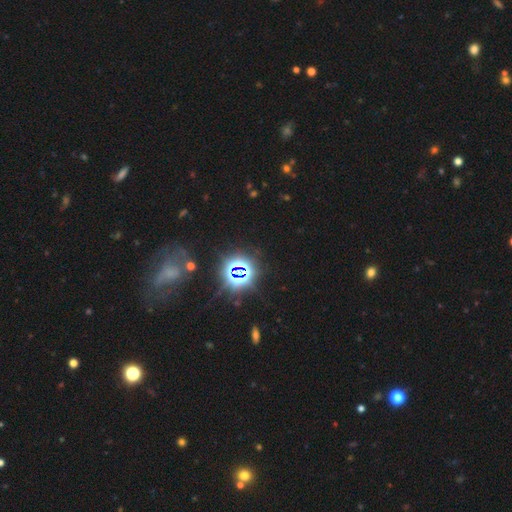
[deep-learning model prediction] Q: Smooth or featured?
A: star or artifact (75%); runner-up: smooth (15%)